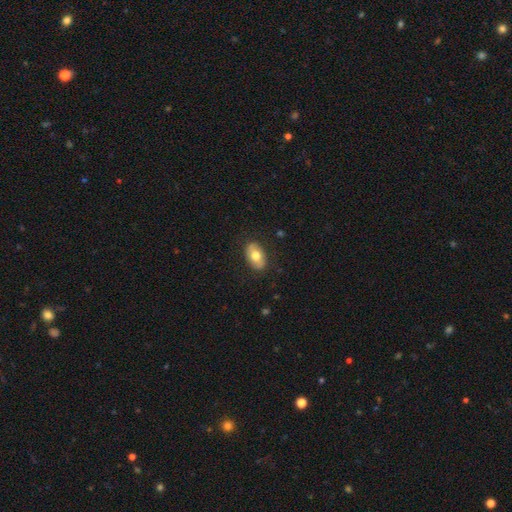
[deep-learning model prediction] Q: Smooth or featured?
A: smooth (68%); runner-up: featured or disk (26%)
Q: How rounded?
A: in between (90%); runner-up: round (8%)
Q: Merging?
A: none (84%); runner-up: minor disturbance (12%)